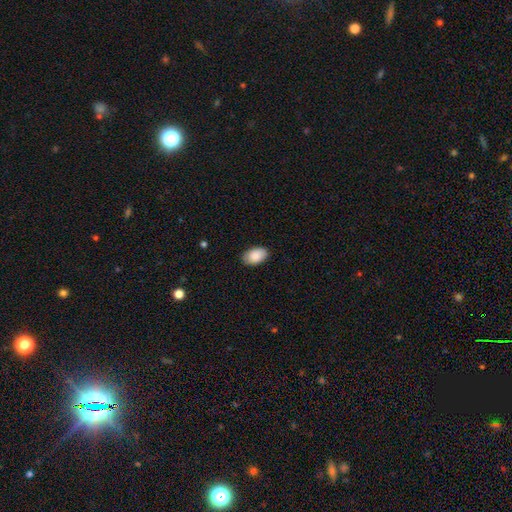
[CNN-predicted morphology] Smooth or featured?
  - smooth: 89% *
  - star or artifact: 6%
  - featured or disk: 5%
How rounded?
  - in between: 92% *
  - round: 7%
  - cigar-shaped: 1%
Merging?
  - none: 85% *
  - minor disturbance: 12%
  - major disturbance: 2%
  - merger: 1%